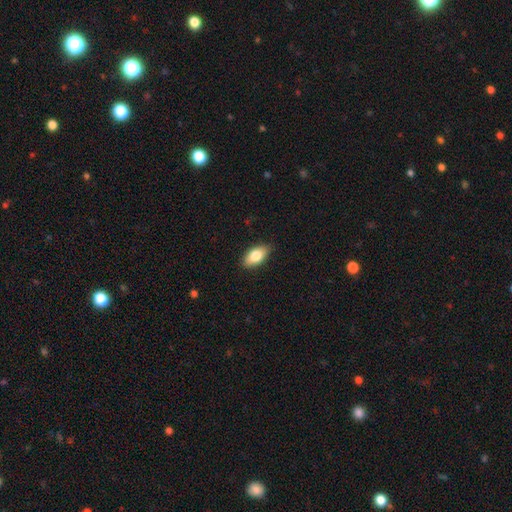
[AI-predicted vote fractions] Smooth or featured?
  - smooth: 79% *
  - featured or disk: 14%
  - star or artifact: 7%
How rounded?
  - in between: 90% *
  - cigar-shaped: 6%
  - round: 4%
Merging?
  - none: 87% *
  - minor disturbance: 10%
  - major disturbance: 2%
  - merger: 1%